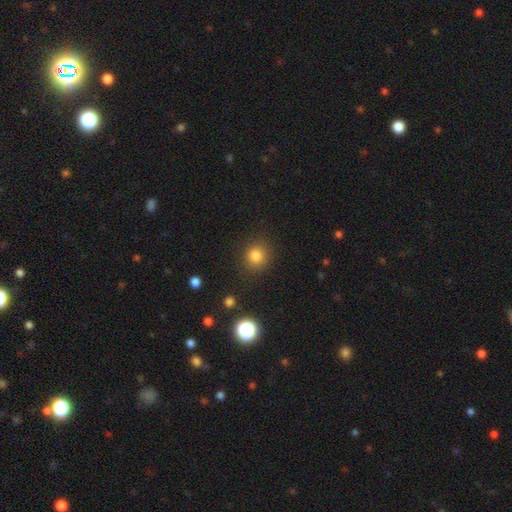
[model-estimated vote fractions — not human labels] This is clearly a smooth galaxy (82%). How rounded: clearly round (86%). Merging: clearly none (85%).